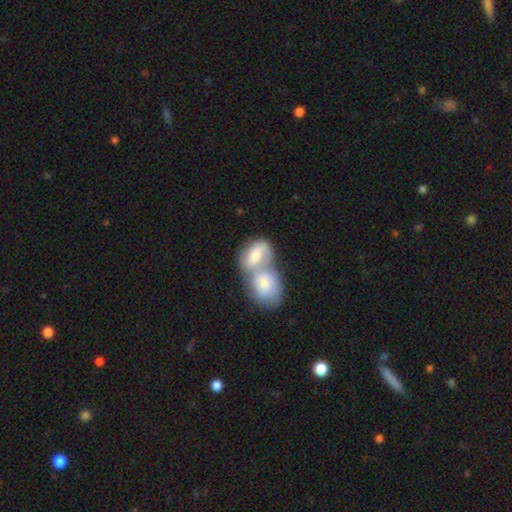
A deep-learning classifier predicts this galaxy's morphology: Q: Smooth or featured?
A: smooth (61%); runner-up: featured or disk (33%)
Q: How rounded?
A: in between (81%); runner-up: round (16%)
Q: Merging?
A: merger (79%); runner-up: none (12%)